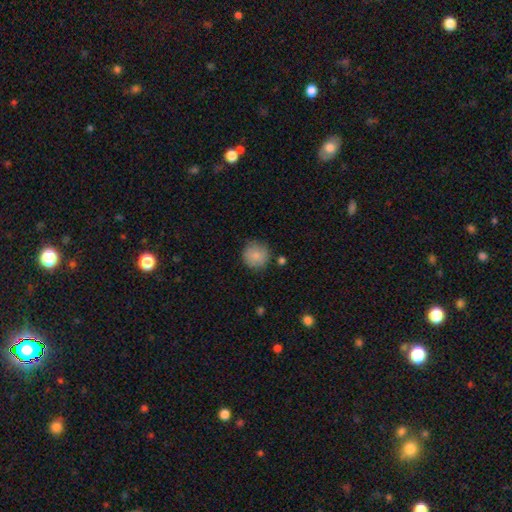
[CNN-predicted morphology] type=smooth (85%); roundness=round (93%); merging=none (81%).